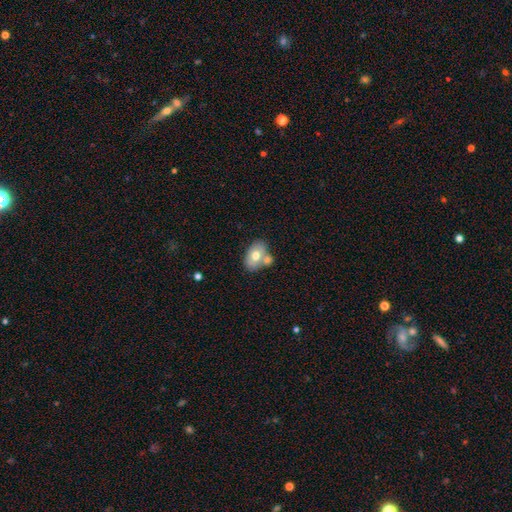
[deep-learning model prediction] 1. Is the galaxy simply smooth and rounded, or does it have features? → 65% smooth, 28% featured or disk, 7% star or artifact.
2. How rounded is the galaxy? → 81% in between, 18% round, 1% cigar-shaped.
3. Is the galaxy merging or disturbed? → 47% none, 34% merger, 14% minor disturbance, 4% major disturbance.